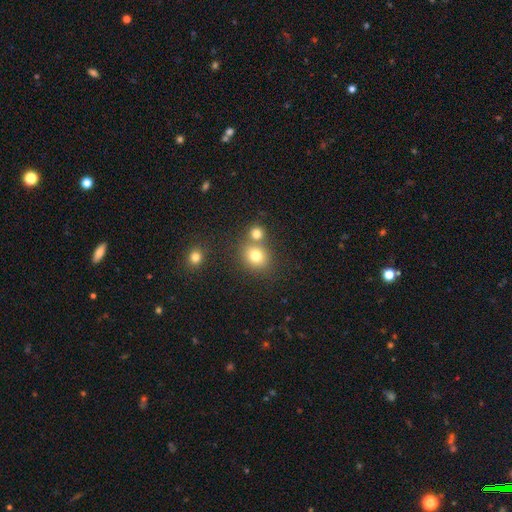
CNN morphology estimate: A smooth galaxy with no disk features (77%) that is round (75%).

Vote fractions:
- Smooth or featured? smooth: 77% / star or artifact: 14% / featured or disk: 9%
- How rounded? round: 75% / in between: 24% / cigar-shaped: 1%
- Merging? none: 60% / merger: 28% / minor disturbance: 8% / major disturbance: 3%